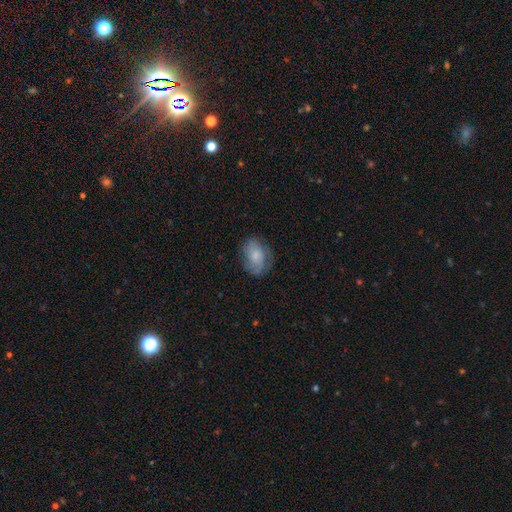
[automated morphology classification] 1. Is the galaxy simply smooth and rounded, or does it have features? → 60% smooth, 33% featured or disk, 8% star or artifact.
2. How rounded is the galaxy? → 79% in between, 20% round, 2% cigar-shaped.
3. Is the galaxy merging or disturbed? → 66% none, 23% minor disturbance, 10% major disturbance, 1% merger.